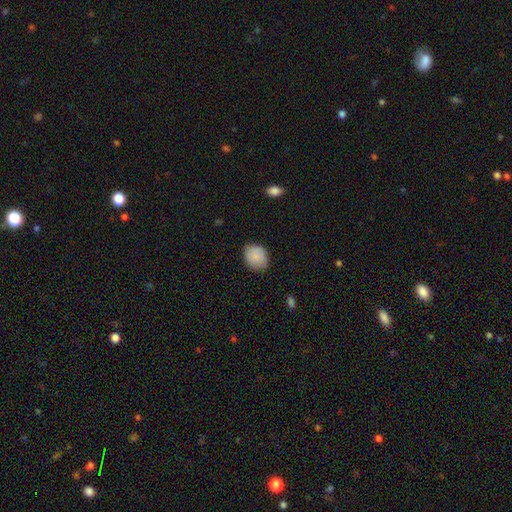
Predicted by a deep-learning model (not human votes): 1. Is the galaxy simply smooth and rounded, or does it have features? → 86% smooth, 7% star or artifact, 7% featured or disk.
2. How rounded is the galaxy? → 53% round, 46% in between, 1% cigar-shaped.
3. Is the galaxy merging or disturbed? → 77% none, 19% minor disturbance, 3% major disturbance, 1% merger.